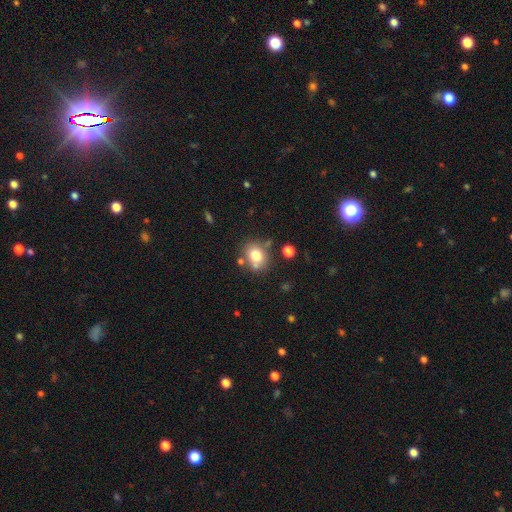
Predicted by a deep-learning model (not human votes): Smooth or featured? smooth (76%)
How rounded? round (63%)
Merging? none (67%)